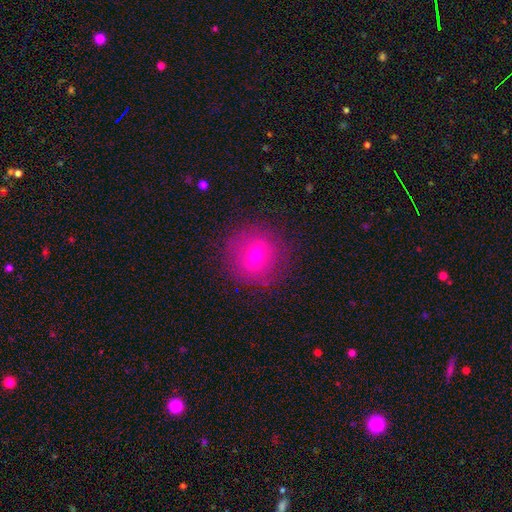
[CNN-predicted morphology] smooth_or_featured: smooth (p=0.47) [alt: featured or disk p=0.42]
merging: none (p=0.84) [alt: minor disturbance p=0.10]